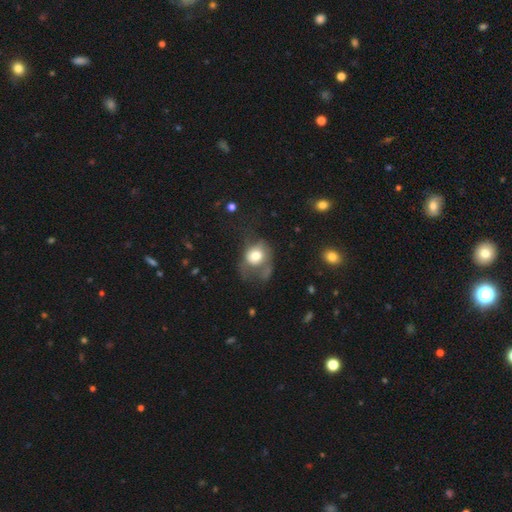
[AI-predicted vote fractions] A smooth galaxy with no disk features (64%) that is round (57%).

Vote fractions:
- Smooth or featured? smooth: 64% / featured or disk: 27% / star or artifact: 9%
- How rounded? round: 57% / in between: 42% / cigar-shaped: 1%
- Merging? major disturbance: 47% / none: 24% / minor disturbance: 23% / merger: 6%